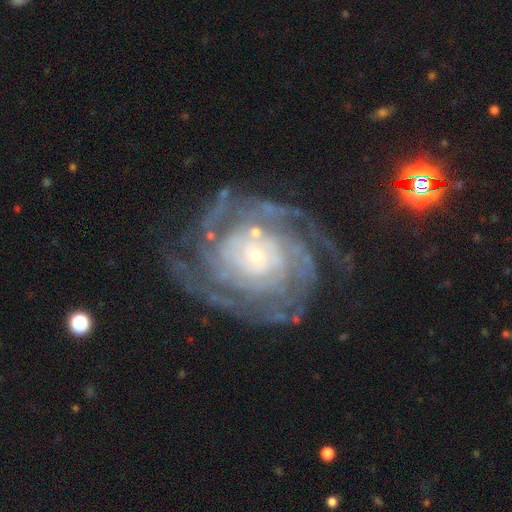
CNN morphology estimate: Overall: featured or disk (90%). Edge-on disk: no (97%). Bar: no (74%). Spiral arms: yes (98%). Spiral arm count: can't tell (22%; 2 20%). Spiral winding: tight (76%). Bulge size: small (77%). Merging: none (72%).